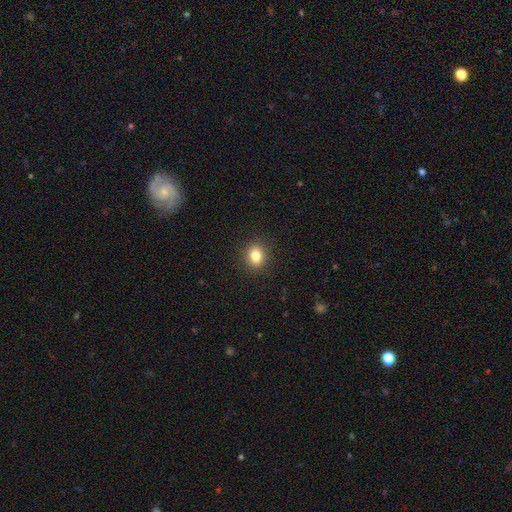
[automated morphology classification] Overall: smooth (82%). How rounded: round (62%; in between 37%). Merging: none (90%).